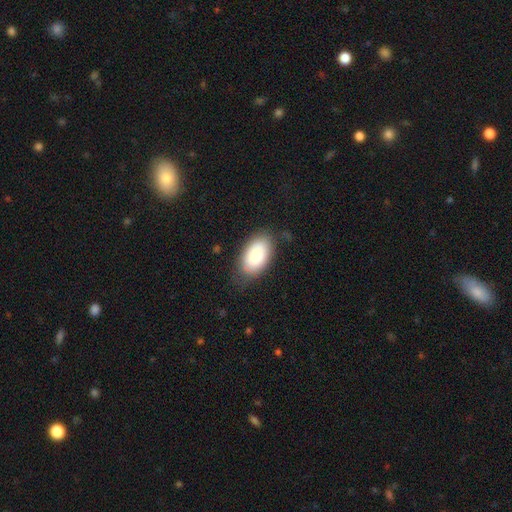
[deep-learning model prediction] smooth-or-featured: smooth: 79% | featured or disk: 14% | star or artifact: 7%
  how-rounded: in between: 93% | round: 5% | cigar-shaped: 1%
  merging: none: 73% | minor disturbance: 19% | major disturbance: 6% | merger: 2%